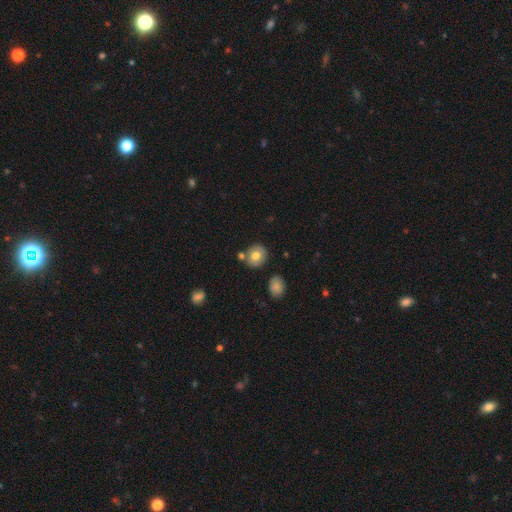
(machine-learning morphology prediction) Smooth or featured?
  - smooth: 74% *
  - featured or disk: 16%
  - star or artifact: 9%
How rounded?
  - round: 80% *
  - in between: 19%
  - cigar-shaped: 1%
Merging?
  - none: 74% *
  - merger: 12%
  - minor disturbance: 11%
  - major disturbance: 3%